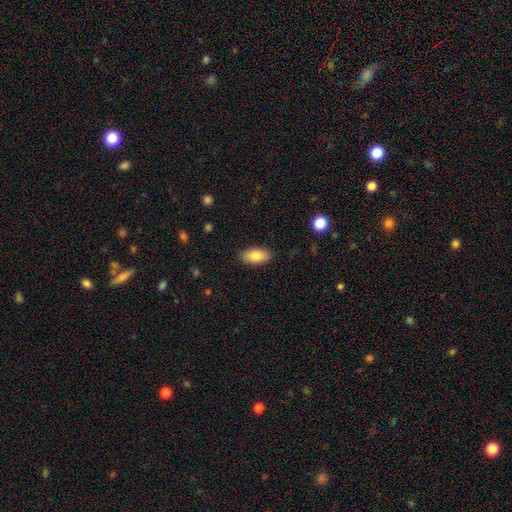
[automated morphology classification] type=smooth (82%); roundness=in between (92%); merging=none (88%).